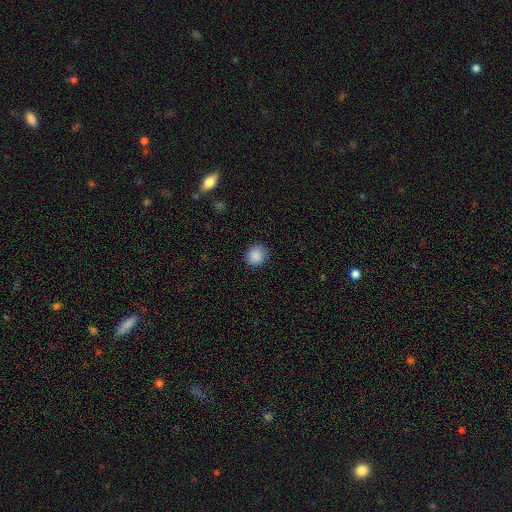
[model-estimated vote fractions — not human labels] The model was most divided on "how rounded": round: 86%, in between: 13%, cigar-shaped: 1%. More confident: smooth or featured — smooth (88%); merging — none (87%).